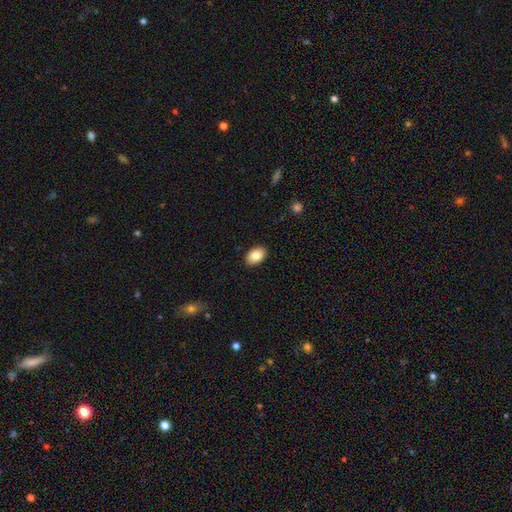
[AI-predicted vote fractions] Q: Smooth or featured?
A: smooth (85%); runner-up: featured or disk (7%)
Q: How rounded?
A: in between (87%); runner-up: round (12%)
Q: Merging?
A: none (90%); runner-up: minor disturbance (7%)